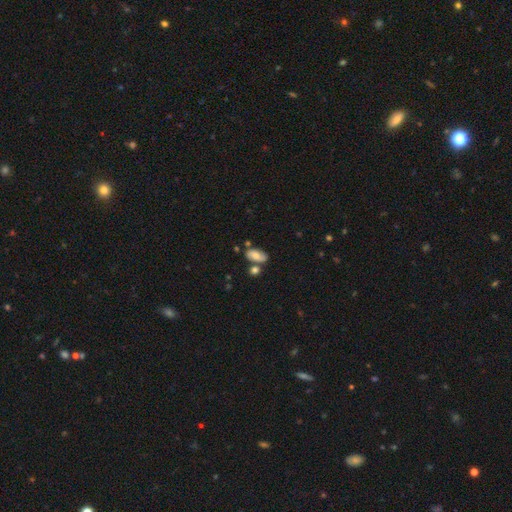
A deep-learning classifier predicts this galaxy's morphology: A smooth galaxy with no disk features (76%) that is in between round and cigar-shaped (91%).

Vote fractions:
- Smooth or featured? smooth: 76% / featured or disk: 16% / star or artifact: 8%
- How rounded? in between: 91% / round: 5% / cigar-shaped: 4%
- Merging? none: 59% / merger: 19% / minor disturbance: 17% / major disturbance: 5%